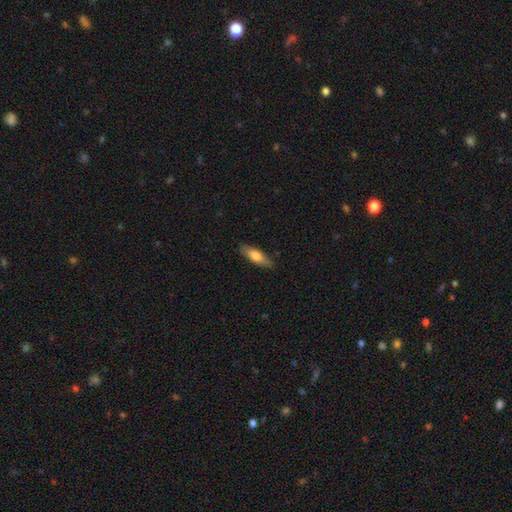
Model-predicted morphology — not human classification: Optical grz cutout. It shows a smooth galaxy with no disk features (70%) that is in between round and cigar-shaped (52%). Merging: none (87%).